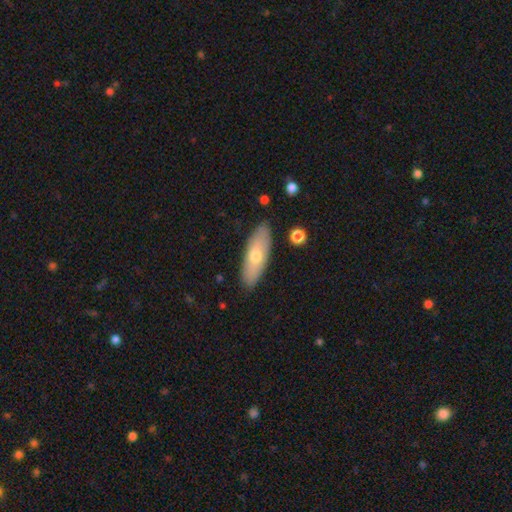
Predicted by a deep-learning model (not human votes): Morphology: type=smooth (62%); roundness=in between (60%); merging=none (87%).